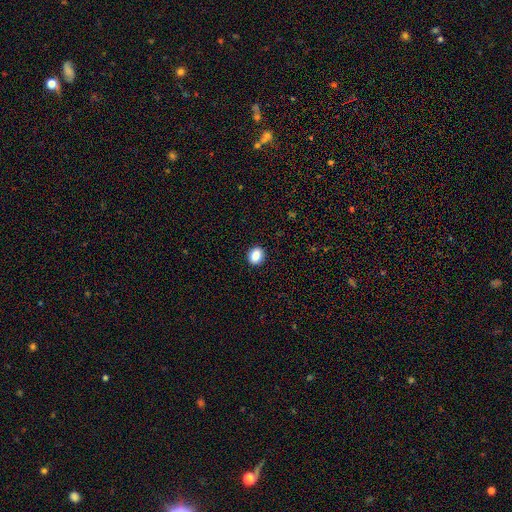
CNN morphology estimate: type=smooth (87%); roundness=round (61%); merging=none (91%).